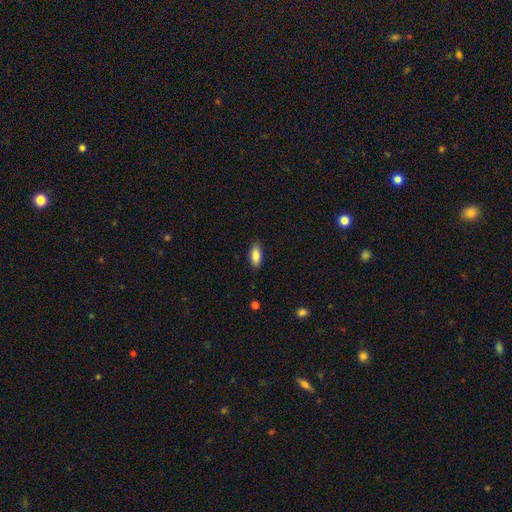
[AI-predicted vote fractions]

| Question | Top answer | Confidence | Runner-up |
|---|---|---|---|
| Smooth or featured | smooth | 86% | featured or disk (8%) |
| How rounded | in between | 83% | cigar-shaped (14%) |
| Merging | none | 87% | minor disturbance (10%) |